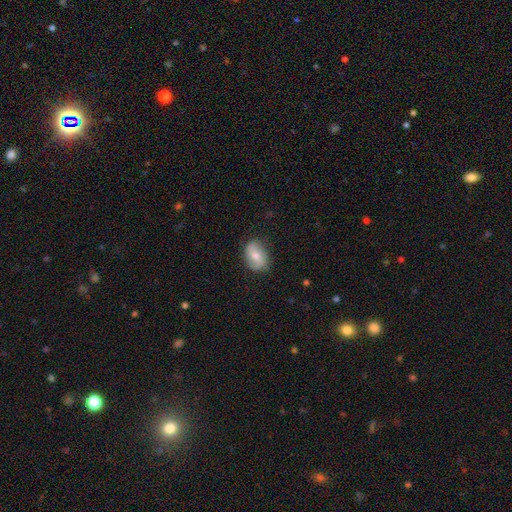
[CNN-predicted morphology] Smooth or featured? Predicted: smooth (p=0.62). How rounded? Predicted: in between (p=0.78). Merging? Predicted: none (p=0.78).